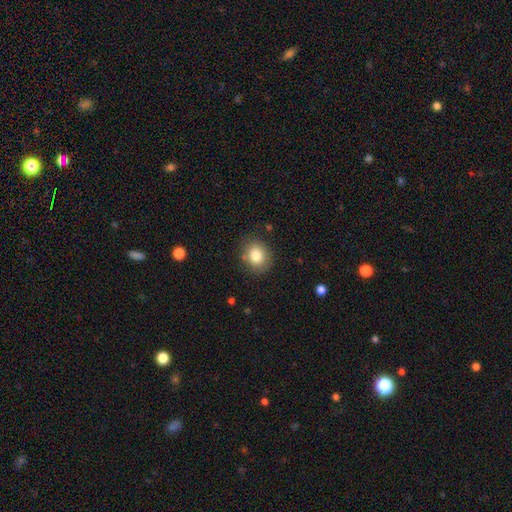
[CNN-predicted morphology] This is clearly a smooth galaxy (82%). How rounded: likely round (66%). Merging: clearly none (83%).